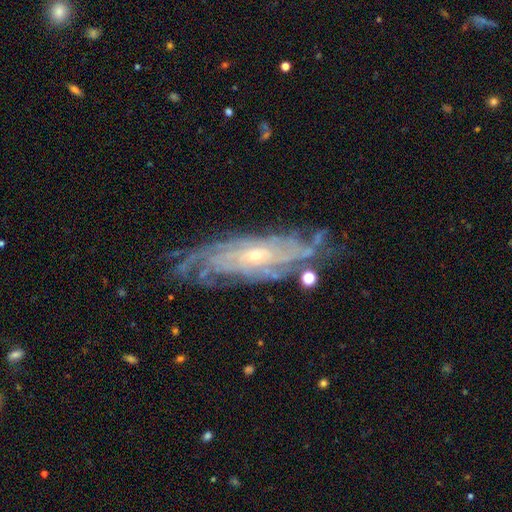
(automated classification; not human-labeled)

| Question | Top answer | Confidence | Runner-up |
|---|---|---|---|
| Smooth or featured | featured or disk | 87% | smooth (7%) |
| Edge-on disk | no | 85% | yes (15%) |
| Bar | no | 66% | weak (26%) |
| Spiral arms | yes | 96% | no (4%) |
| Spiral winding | tight | 73% | medium (22%) |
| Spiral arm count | can't tell | 37% | 4 (19%) |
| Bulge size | small | 72% | moderate (24%) |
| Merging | none | 76% | minor disturbance (17%) |